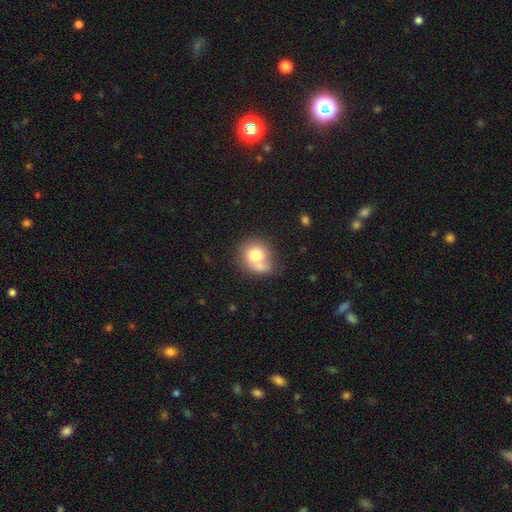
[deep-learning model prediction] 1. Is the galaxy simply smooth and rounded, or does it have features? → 76% smooth, 16% featured or disk, 8% star or artifact.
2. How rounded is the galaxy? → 77% round, 22% in between, 1% cigar-shaped.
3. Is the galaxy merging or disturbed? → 41% none, 31% merger, 17% minor disturbance, 10% major disturbance.